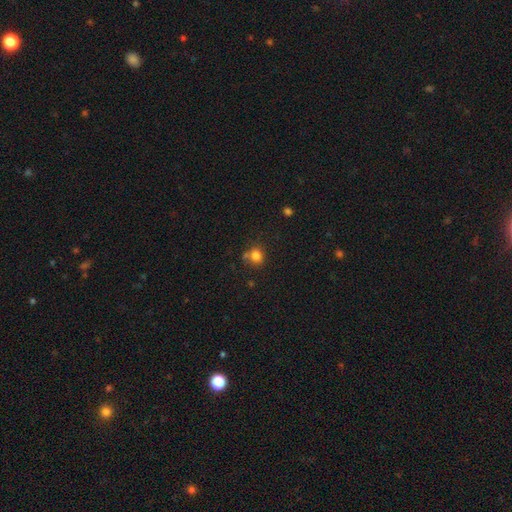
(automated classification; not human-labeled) A smooth galaxy with no disk features (81%) that is round (79%). Merging: none (66%).